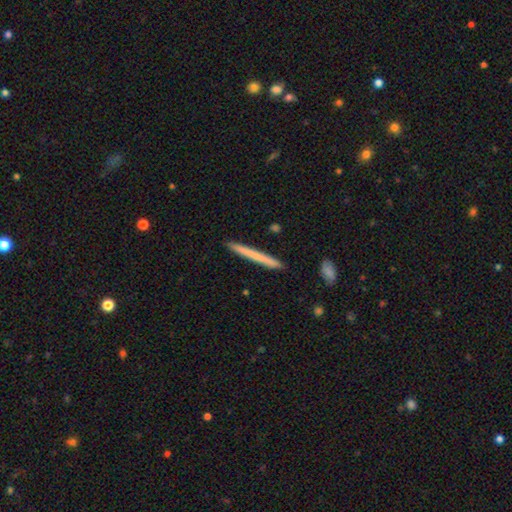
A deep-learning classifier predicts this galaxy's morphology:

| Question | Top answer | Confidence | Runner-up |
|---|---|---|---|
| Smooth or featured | smooth | 63% | featured or disk (31%) |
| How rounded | cigar-shaped | 97% | in between (2%) |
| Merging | none | 92% | minor disturbance (5%) |